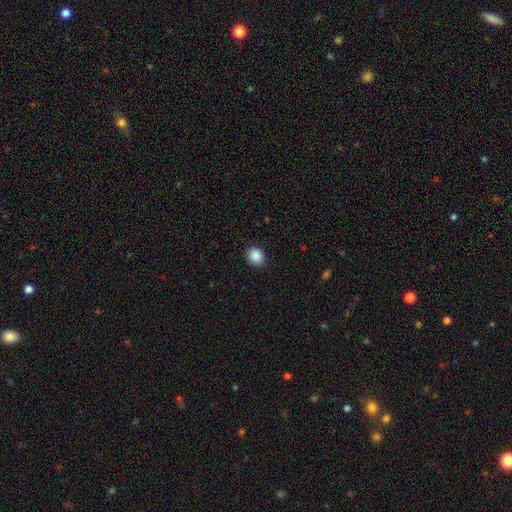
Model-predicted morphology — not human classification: This is clearly a smooth galaxy (89%). How rounded: likely round (71%). Merging: clearly none (91%).